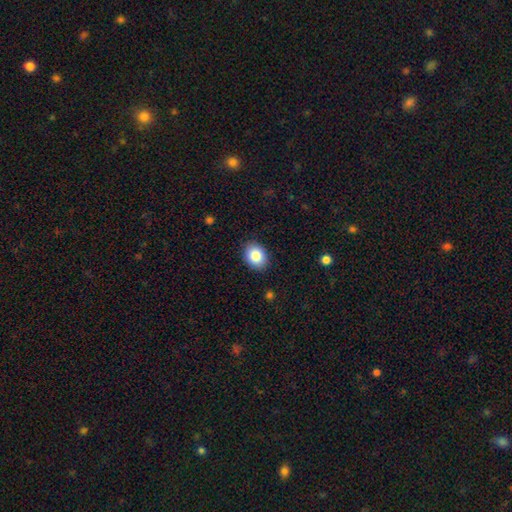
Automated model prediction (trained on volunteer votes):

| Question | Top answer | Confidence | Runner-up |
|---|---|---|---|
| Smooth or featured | smooth | 86% | star or artifact (8%) |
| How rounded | in between | 55% | round (44%) |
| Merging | none | 89% | minor disturbance (8%) |